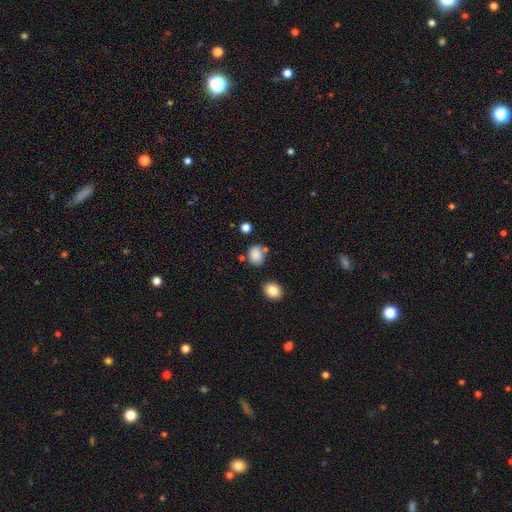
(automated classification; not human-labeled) Smooth or featured: smooth — 85% (star or artifact — 10%)
How rounded: in between — 53% (round — 46%)
Merging: none — 69% (minor disturbance — 17%)